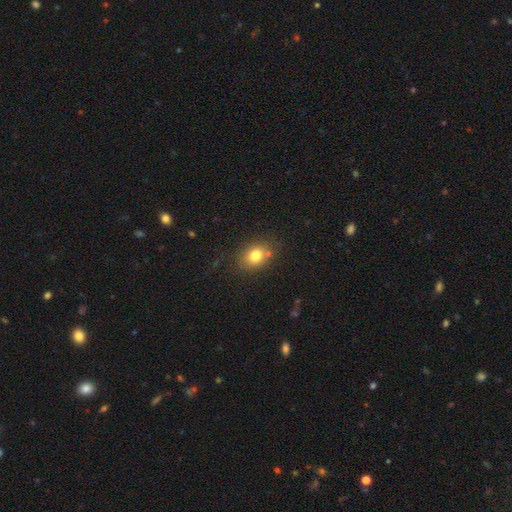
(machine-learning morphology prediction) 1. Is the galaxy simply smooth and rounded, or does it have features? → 79% smooth, 11% star or artifact, 10% featured or disk.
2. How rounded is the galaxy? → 56% in between, 43% round, 1% cigar-shaped.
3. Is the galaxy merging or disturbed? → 75% none, 14% minor disturbance, 7% merger, 4% major disturbance.